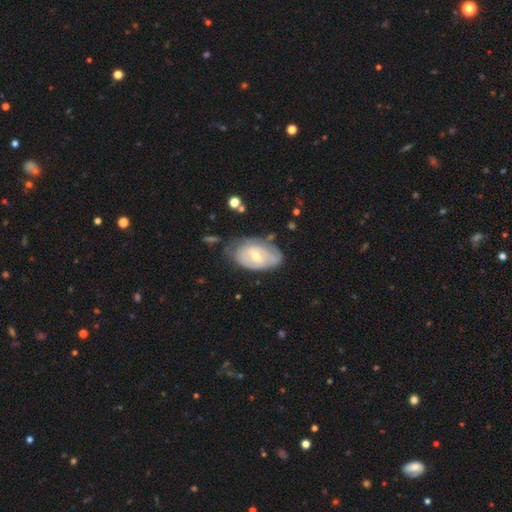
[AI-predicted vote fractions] Smooth or featured?
  - featured or disk: 65% *
  - smooth: 29%
  - star or artifact: 6%
Edge-on disk?
  - no: 94% *
  - yes: 6%
Bar?
  - weak: 50% *
  - no: 35%
  - strong: 15%
Spiral arms?
  - yes: 69% *
  - no: 31%
Bulge size?
  - small: 49% *
  - moderate: 48%
  - large: 2%
  - none: 1%
  - dominant: 1%
Merging?
  - none: 55% *
  - minor disturbance: 31%
  - major disturbance: 11%
  - merger: 3%